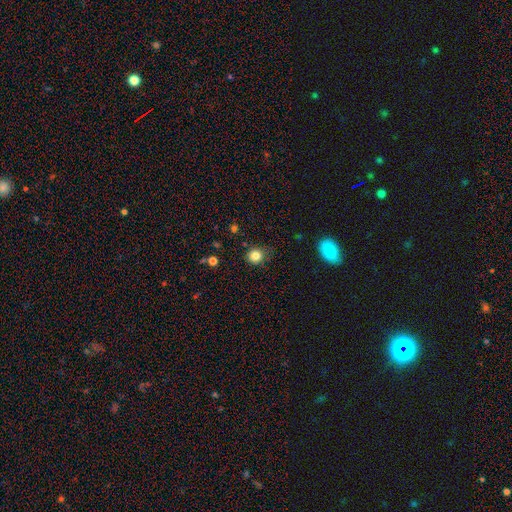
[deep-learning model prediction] Morphology: type=smooth (83%); roundness=round (87%); merging=none (81%).